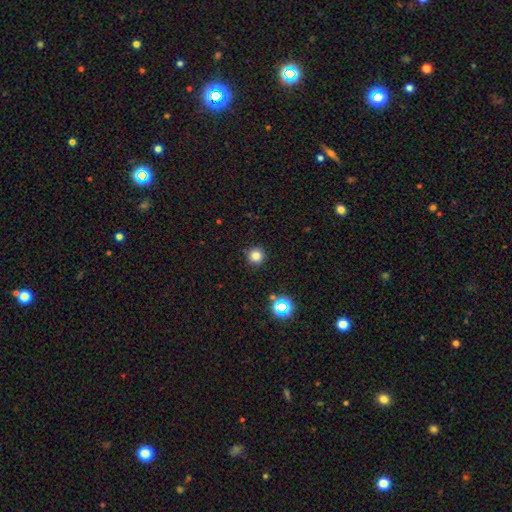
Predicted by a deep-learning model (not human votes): The model was most divided on "smooth or featured": smooth: 79%, star or artifact: 16%, featured or disk: 5%. More confident: how rounded — round (95%); merging — none (91%).